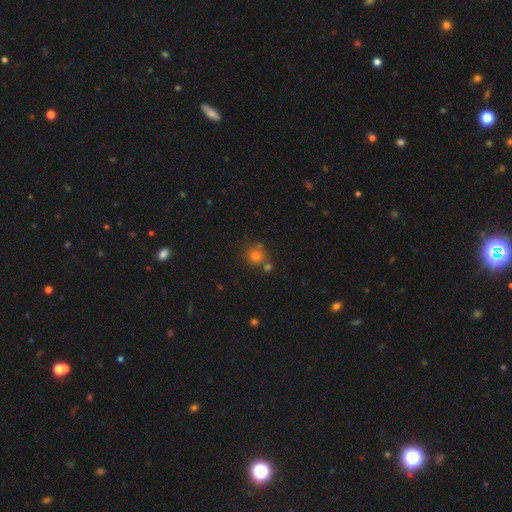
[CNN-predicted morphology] Smooth or featured? Predicted: smooth (p=0.72). How rounded? Predicted: round (p=0.90). Merging? Predicted: none (p=0.69).